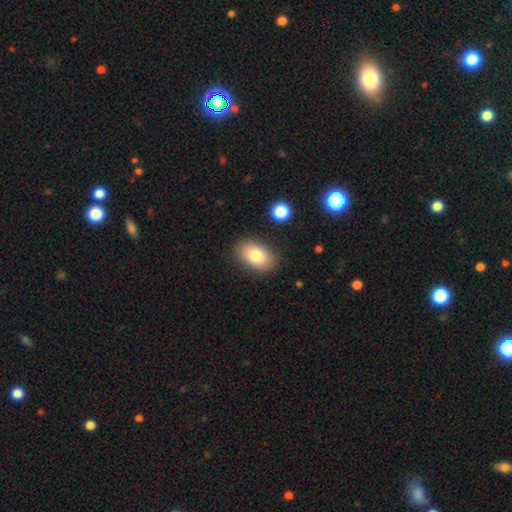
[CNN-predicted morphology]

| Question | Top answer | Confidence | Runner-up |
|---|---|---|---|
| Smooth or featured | smooth | 82% | featured or disk (10%) |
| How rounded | in between | 89% | round (10%) |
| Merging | none | 86% | minor disturbance (9%) |